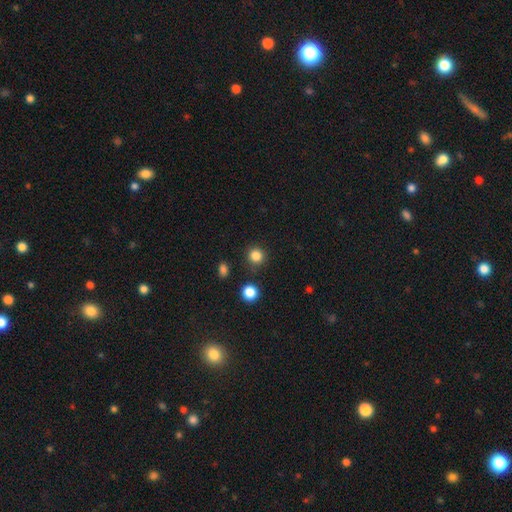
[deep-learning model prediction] smooth_or_featured: smooth (p=0.84) [alt: star or artifact p=0.12]
how_rounded: round (p=0.92) [alt: in between p=0.07]
merging: none (p=0.88) [alt: minor disturbance p=0.07]